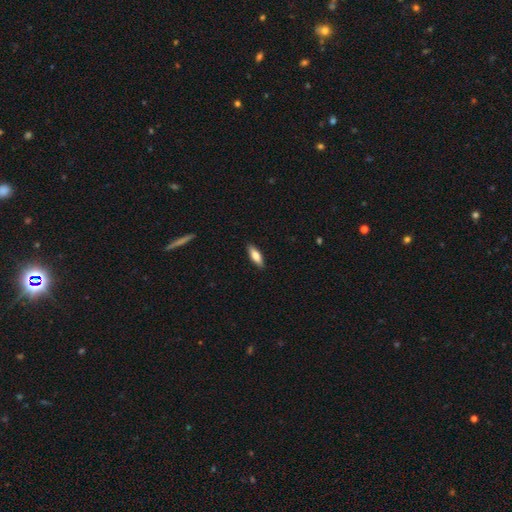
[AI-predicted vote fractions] The model was most divided on "how rounded": in between: 59%, cigar-shaped: 39%, round: 2%. More confident: merging — none (89%); smooth or featured — smooth (72%).